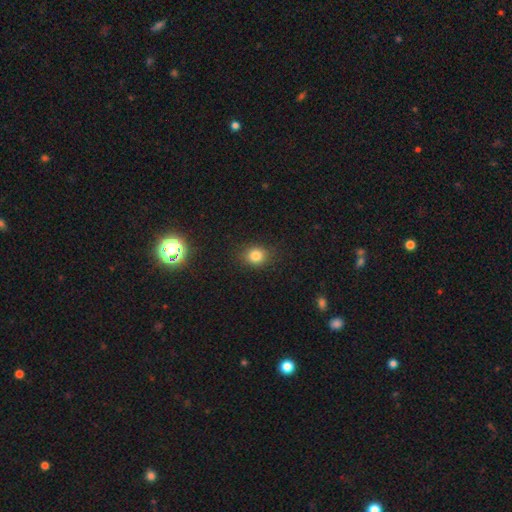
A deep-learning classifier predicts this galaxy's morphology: smooth 81%, star or artifact 13%, featured or disk 6%. Down the decision tree: how rounded — round (69%); merging — none (86%).